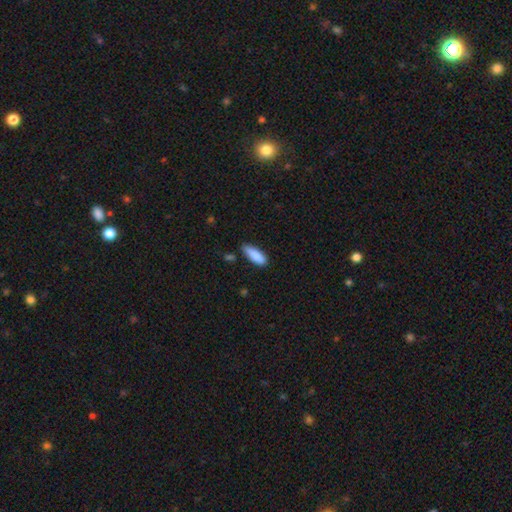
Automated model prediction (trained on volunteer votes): This appears to be a smooth galaxy with no disk features (88%) that is in between round and cigar-shaped (61%). Merging: none (72%).